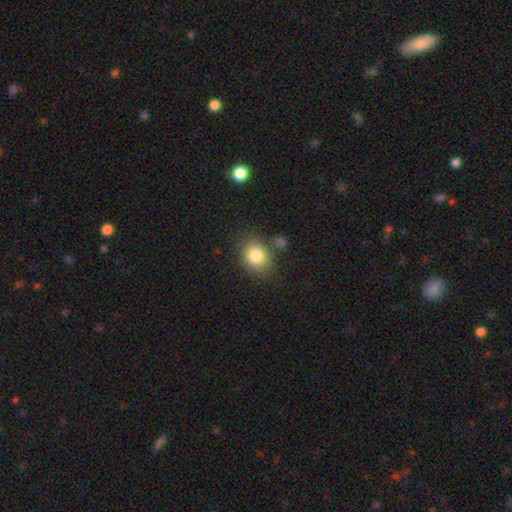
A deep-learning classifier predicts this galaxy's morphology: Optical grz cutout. It shows a smooth galaxy with no disk features (83%) that is round (54%). Merging: none (72%).